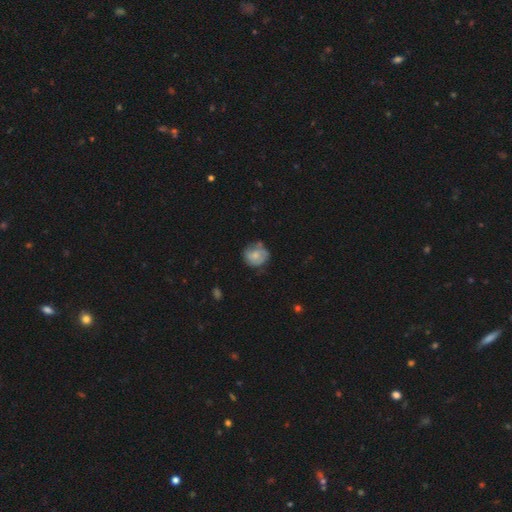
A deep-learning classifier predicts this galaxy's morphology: smooth_or_featured: smooth (p=0.58) [alt: featured or disk p=0.34]
how_rounded: round (p=0.82) [alt: in between p=0.17]
merging: none (p=0.59) [alt: minor disturbance p=0.28]